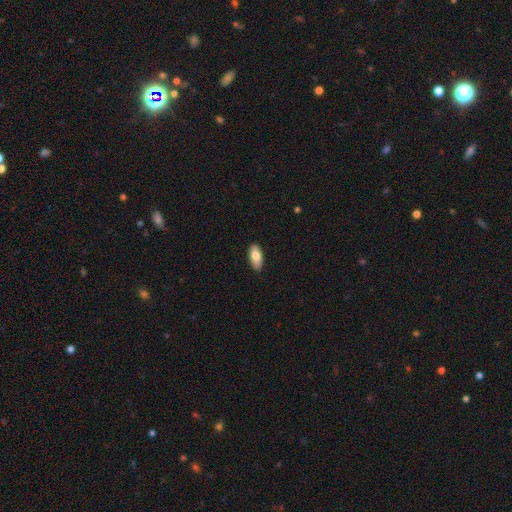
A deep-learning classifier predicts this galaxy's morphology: Smooth or featured? Predicted: smooth (p=0.80). How rounded? Predicted: in between (p=0.90). Merging? Predicted: none (p=0.87).